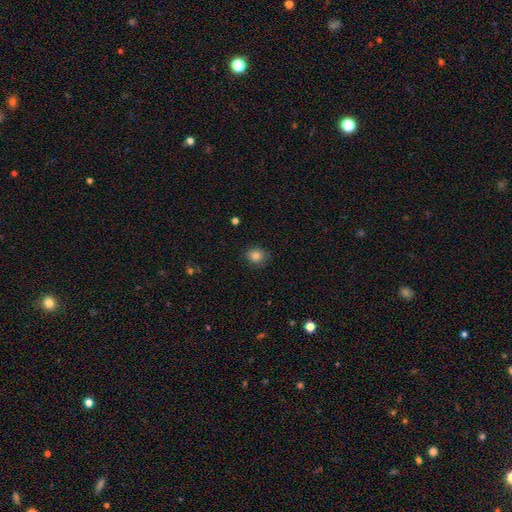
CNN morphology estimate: Overall: smooth (84%). How rounded: round (77%). Merging: none (81%).